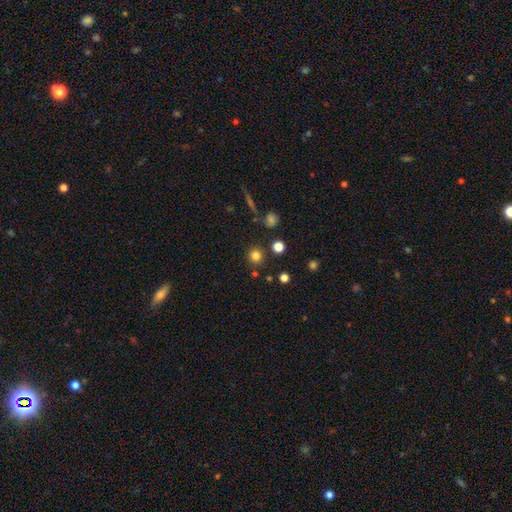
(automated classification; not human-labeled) smooth-or-featured: smooth: 79% | star or artifact: 15% | featured or disk: 6%
  how-rounded: round: 93% | in between: 6% | cigar-shaped: 1%
  merging: none: 85% | minor disturbance: 7% | merger: 5% | major disturbance: 3%